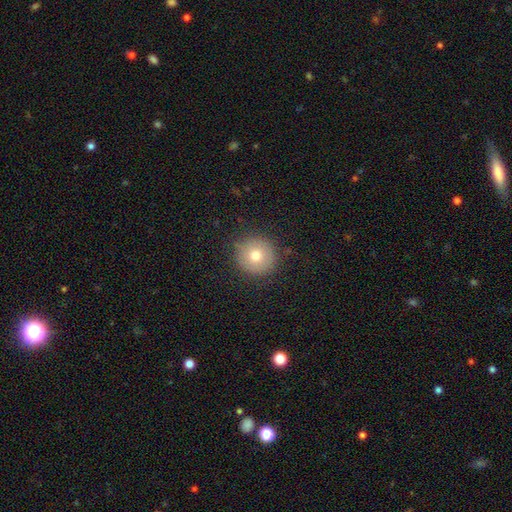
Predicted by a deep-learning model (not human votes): Smooth or featured?
  - smooth: 72% *
  - featured or disk: 17%
  - star or artifact: 11%
How rounded?
  - round: 95% *
  - in between: 4%
  - cigar-shaped: 1%
Merging?
  - none: 87% *
  - minor disturbance: 9%
  - major disturbance: 3%
  - merger: 1%